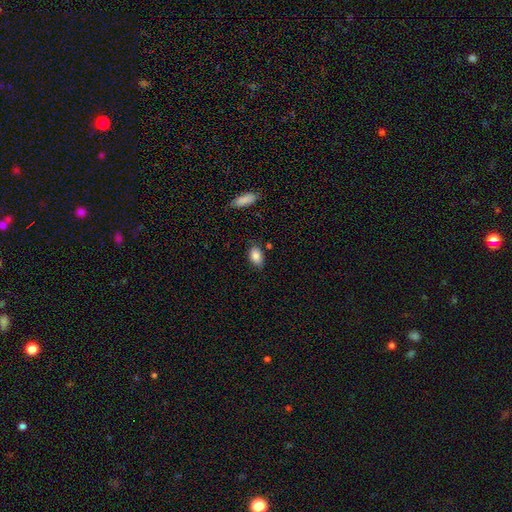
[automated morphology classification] smooth-or-featured: smooth: 86% | star or artifact: 8% | featured or disk: 7%
  how-rounded: in between: 89% | round: 9% | cigar-shaped: 2%
  merging: none: 75% | minor disturbance: 18% | major disturbance: 3% | merger: 3%